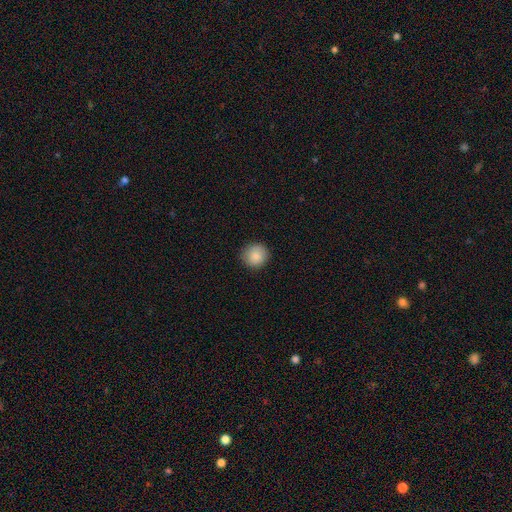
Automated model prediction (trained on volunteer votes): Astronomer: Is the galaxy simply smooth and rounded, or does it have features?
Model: smooth — 87%.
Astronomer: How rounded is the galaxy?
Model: round — 93%.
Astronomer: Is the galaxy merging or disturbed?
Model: none — 89%.